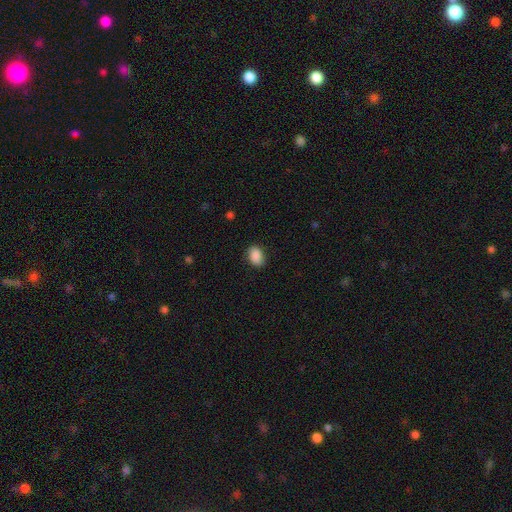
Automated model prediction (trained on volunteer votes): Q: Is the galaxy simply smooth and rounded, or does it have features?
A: smooth — 89%.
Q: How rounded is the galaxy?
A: in between — 81%.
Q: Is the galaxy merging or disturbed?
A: none — 85%.